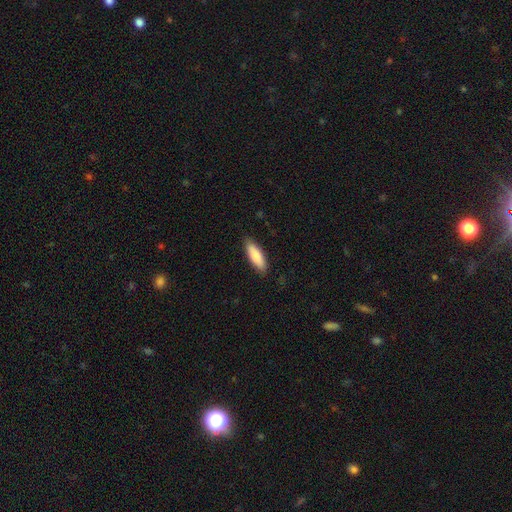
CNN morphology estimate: A smooth galaxy with no disk features (82%) that is in between round and cigar-shaped (57%).

Vote fractions:
- Smooth or featured? smooth: 82% / featured or disk: 13% / star or artifact: 5%
- How rounded? in between: 57% / cigar-shaped: 41% / round: 2%
- Merging? none: 86% / minor disturbance: 11% / major disturbance: 2% / merger: 1%